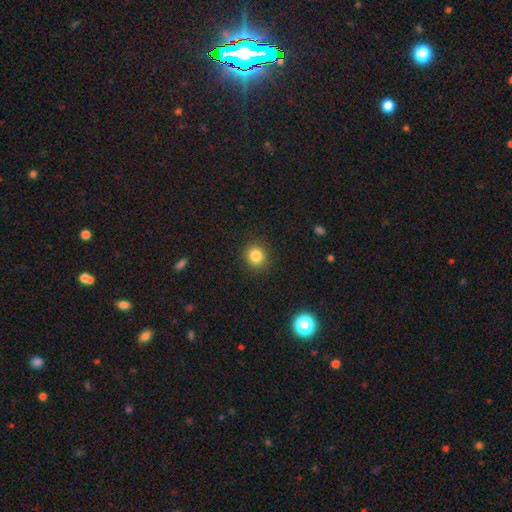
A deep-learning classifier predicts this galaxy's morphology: Overall: smooth (84%). How rounded: round (88%). Merging: none (91%).